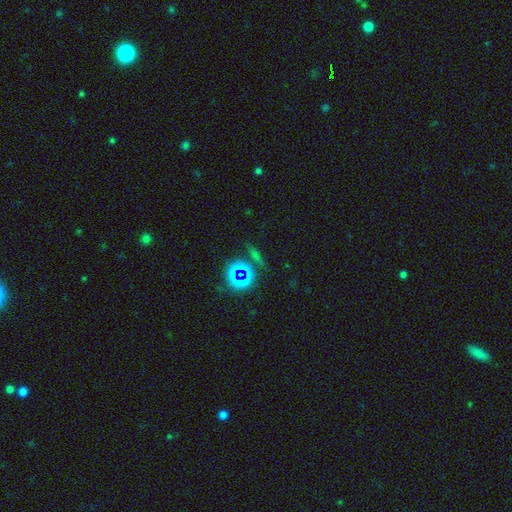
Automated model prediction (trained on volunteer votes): smooth_or_featured: star or artifact (p=0.66) [alt: smooth p=0.20]